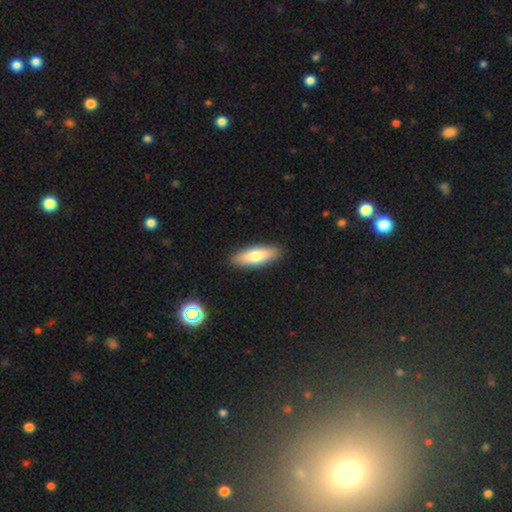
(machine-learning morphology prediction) Smooth or featured?
  - smooth: 74% *
  - featured or disk: 20%
  - star or artifact: 6%
How rounded?
  - in between: 59% *
  - cigar-shaped: 39%
  - round: 2%
Merging?
  - none: 90% *
  - minor disturbance: 7%
  - major disturbance: 2%
  - merger: 1%